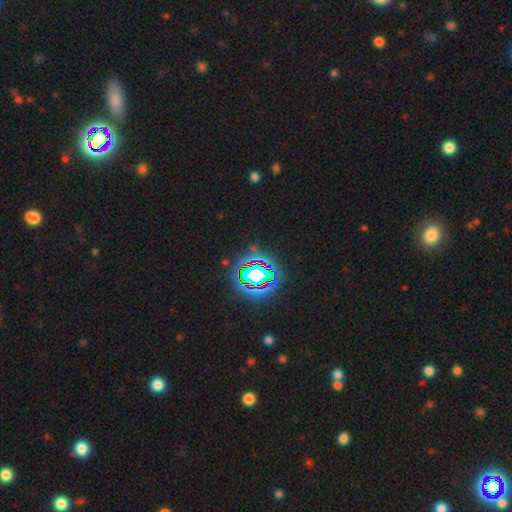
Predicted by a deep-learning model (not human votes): Overall: star or artifact (81%).